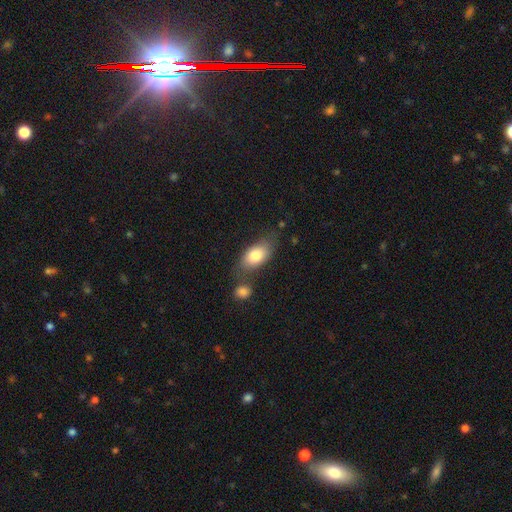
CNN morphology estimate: Q: Smooth or featured?
A: smooth (79%); runner-up: featured or disk (14%)
Q: How rounded?
A: in between (89%); runner-up: round (7%)
Q: Merging?
A: none (58%); runner-up: minor disturbance (18%)